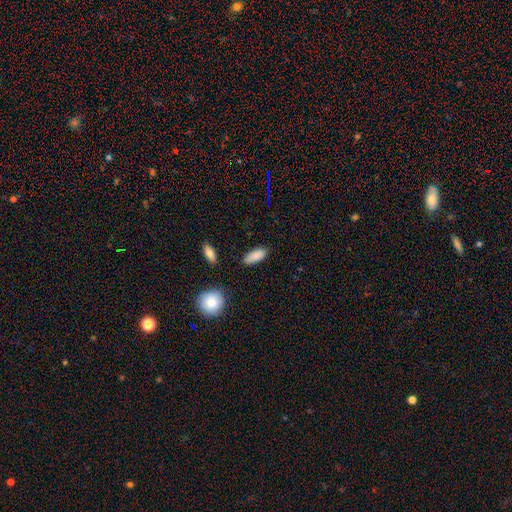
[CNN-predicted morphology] Smooth or featured? Predicted: smooth (p=0.88). How rounded? Predicted: in between (p=0.78). Merging? Predicted: none (p=0.83).